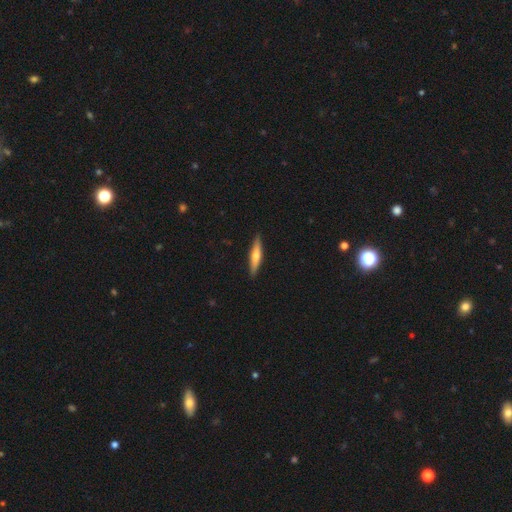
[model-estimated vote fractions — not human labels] smooth_or_featured: smooth (p=0.52) [alt: featured or disk p=0.43]
how_rounded: cigar-shaped (p=0.86) [alt: in between p=0.13]
merging: none (p=0.89) [alt: minor disturbance p=0.08]